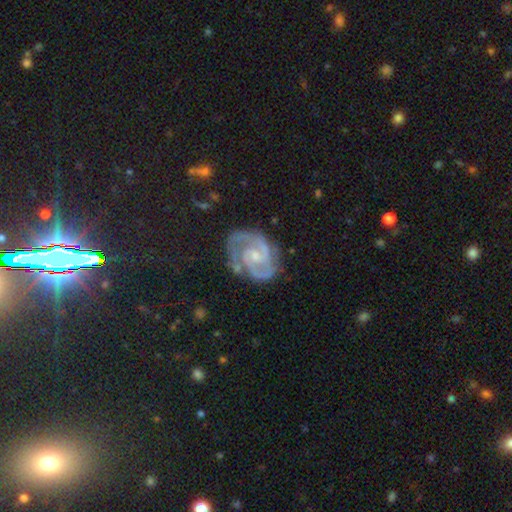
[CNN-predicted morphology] Smooth or featured: featured or disk — 90% (star or artifact — 5%)
Edge-on disk: no — 98% (yes — 2%)
Bar: no — 51% (weak — 39%)
Spiral arms: yes — 98% (no — 2%)
Spiral winding: tight — 52% (medium — 42%)
Spiral arm count: 2 — 83% (3 — 7%)
Bulge size: small — 61% (moderate — 32%)
Merging: none — 73% (minor disturbance — 19%)